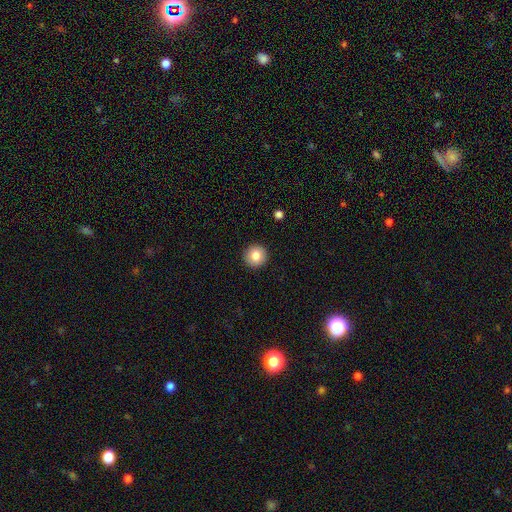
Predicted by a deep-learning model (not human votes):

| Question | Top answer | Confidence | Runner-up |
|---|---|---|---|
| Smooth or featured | smooth | 83% | star or artifact (9%) |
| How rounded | round | 96% | in between (3%) |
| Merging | none | 93% | minor disturbance (4%) |